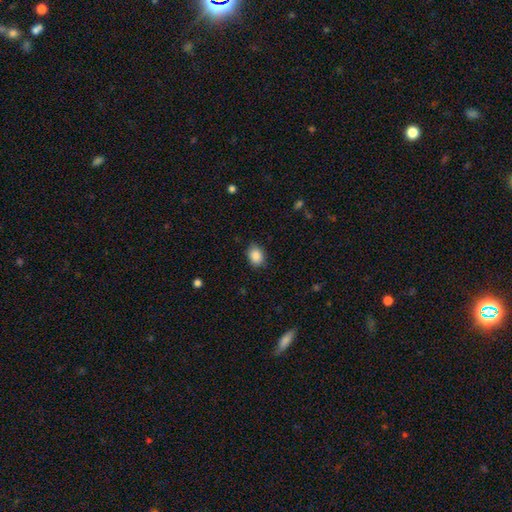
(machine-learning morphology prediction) Smooth or featured? smooth (87%)
How rounded? in between (66%)
Merging? none (84%)